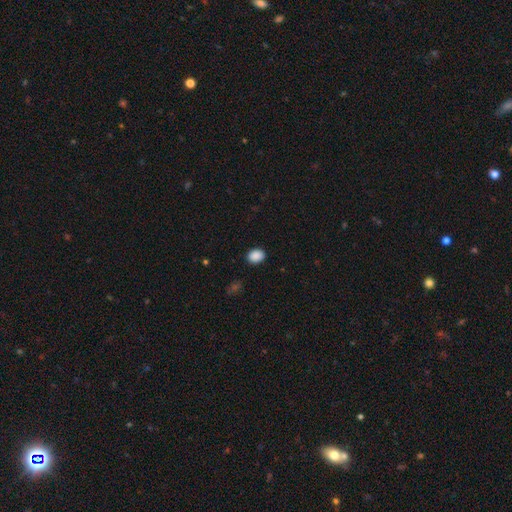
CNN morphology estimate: type=smooth (89%); roundness=in between (56%); merging=none (90%).